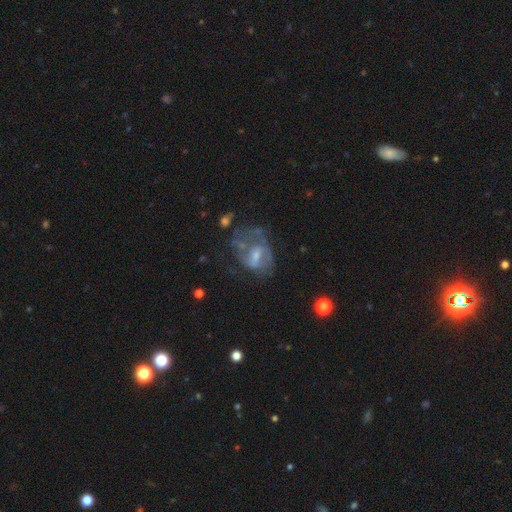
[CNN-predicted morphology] Smooth or featured?
  - featured or disk: 64% *
  - smooth: 25%
  - star or artifact: 11%
Edge-on disk?
  - no: 97% *
  - yes: 3%
Bar?
  - weak: 47% *
  - no: 40%
  - strong: 13%
Spiral arms?
  - yes: 54% *
  - no: 46%
Bulge size?
  - small: 44% *
  - moderate: 39%
  - none: 12%
  - large: 4%
  - dominant: 1%
Merging?
  - none: 37% *
  - major disturbance: 34%
  - minor disturbance: 22%
  - merger: 7%